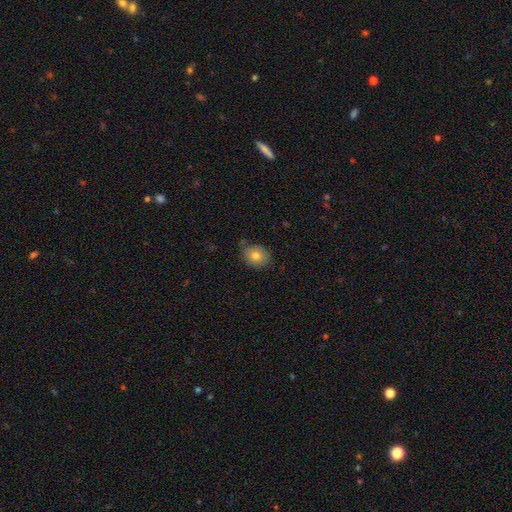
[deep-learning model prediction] Morphology: type=smooth (78%); roundness=round (58%); merging=none (74%).